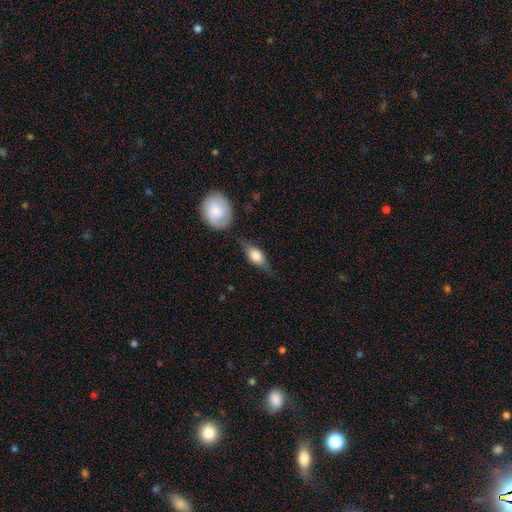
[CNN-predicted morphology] A smooth galaxy with no disk features (65%) that is in between round and cigar-shaped (76%).

Vote fractions:
- Smooth or featured? smooth: 65% / featured or disk: 29% / star or artifact: 7%
- How rounded? in between: 76% / cigar-shaped: 16% / round: 8%
- Merging? none: 58% / minor disturbance: 26% / major disturbance: 9% / merger: 7%